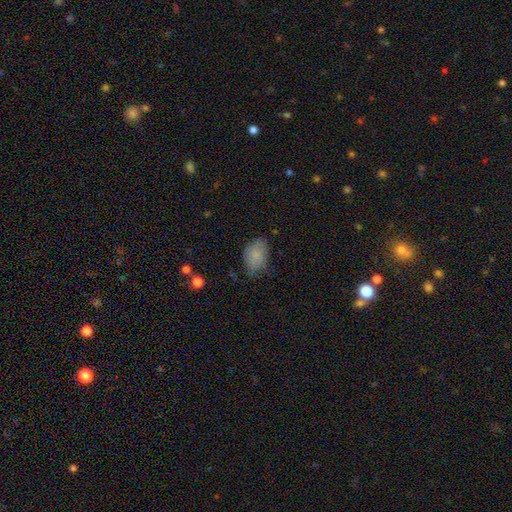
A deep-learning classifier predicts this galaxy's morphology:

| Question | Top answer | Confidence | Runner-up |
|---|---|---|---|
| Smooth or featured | smooth | 82% | featured or disk (10%) |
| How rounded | in between | 83% | round (16%) |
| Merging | none | 64% | minor disturbance (28%) |